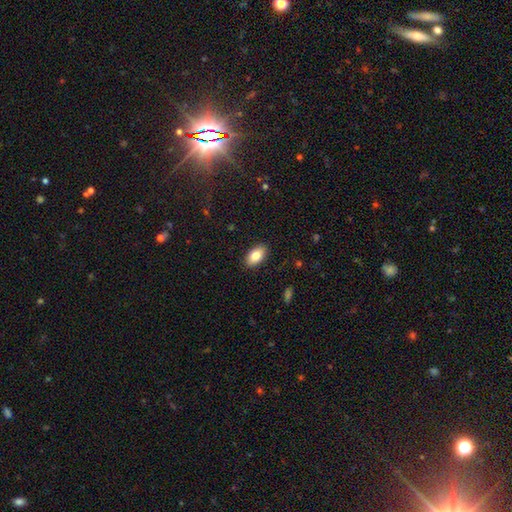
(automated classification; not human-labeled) smooth_or_featured: smooth (p=0.82) [alt: featured or disk p=0.11]
how_rounded: in between (p=0.94) [alt: round p=0.04]
merging: none (p=0.89) [alt: minor disturbance p=0.08]